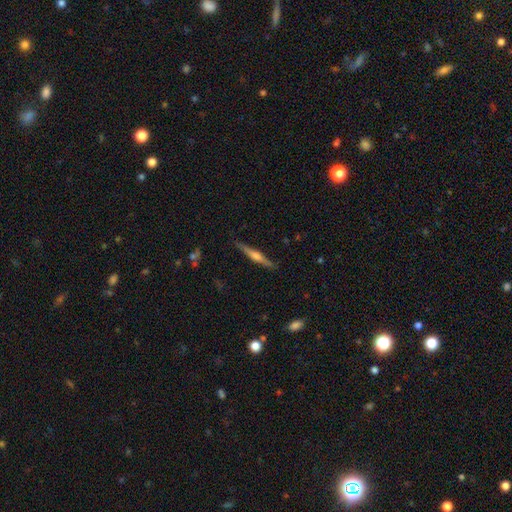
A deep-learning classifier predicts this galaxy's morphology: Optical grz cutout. It shows a featured or disk galaxy (71%) viewed edge-on (98%) with a rounded central bulge (77%). Merging: none (88%).